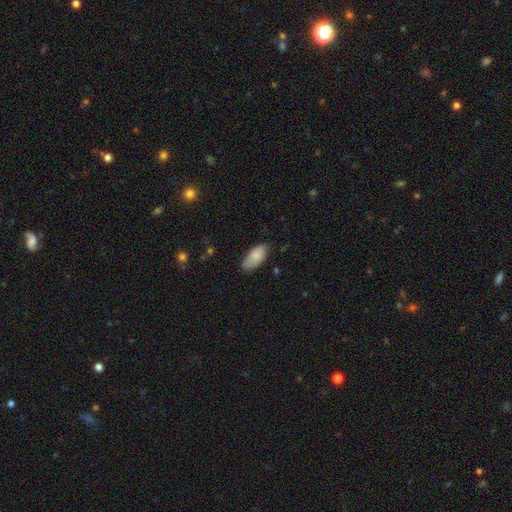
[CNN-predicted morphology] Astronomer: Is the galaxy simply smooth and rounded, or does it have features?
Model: smooth — 84%.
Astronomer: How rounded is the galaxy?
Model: in between — 90%.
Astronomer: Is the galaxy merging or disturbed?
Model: none — 73%.